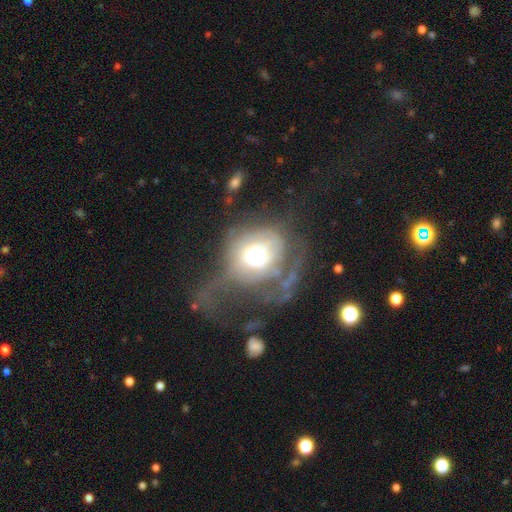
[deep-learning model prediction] Smooth or featured? Predicted: featured or disk (p=0.51). Edge-on disk? Predicted: no (p=0.94). Merging? Predicted: major disturbance (p=0.57).